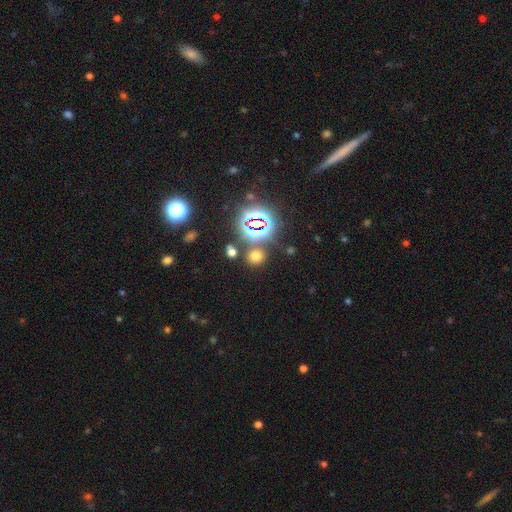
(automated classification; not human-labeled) This is possibly a smooth galaxy (58%). How rounded: likely round (79%). Merging: clearly none (80%).